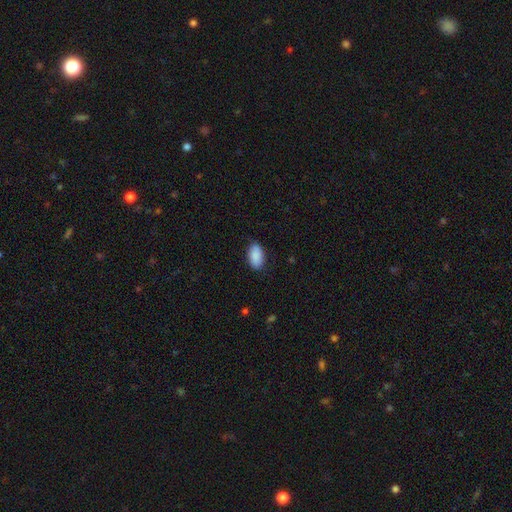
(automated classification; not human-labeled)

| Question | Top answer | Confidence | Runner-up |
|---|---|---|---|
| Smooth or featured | smooth | 89% | star or artifact (6%) |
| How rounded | in between | 94% | round (4%) |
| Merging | none | 82% | minor disturbance (14%) |